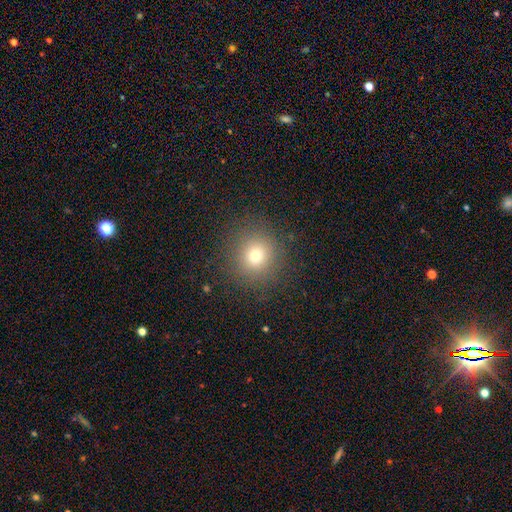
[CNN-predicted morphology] smooth_or_featured: smooth (p=0.71) [alt: star or artifact p=0.19]
how_rounded: round (p=0.91) [alt: in between p=0.08]
merging: none (p=0.88) [alt: minor disturbance p=0.07]